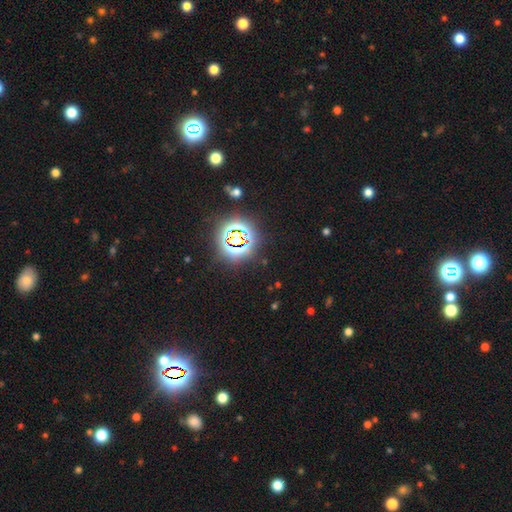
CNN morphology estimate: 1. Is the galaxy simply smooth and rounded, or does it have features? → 83% star or artifact, 11% smooth, 7% featured or disk.